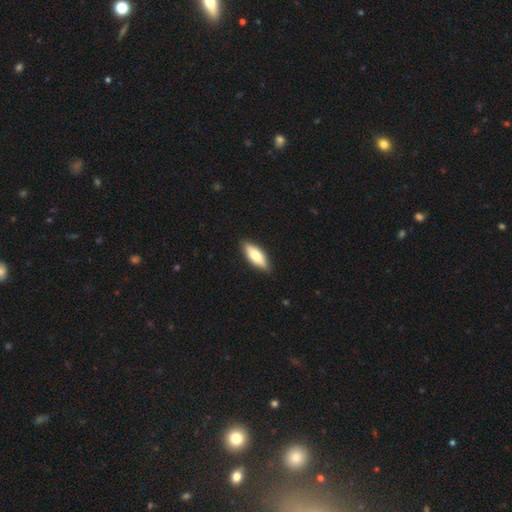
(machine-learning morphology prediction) Smooth or featured?
  - smooth: 73% *
  - featured or disk: 22%
  - star or artifact: 5%
How rounded?
  - in between: 69% *
  - cigar-shaped: 29%
  - round: 2%
Merging?
  - none: 86% *
  - minor disturbance: 11%
  - major disturbance: 2%
  - merger: 1%